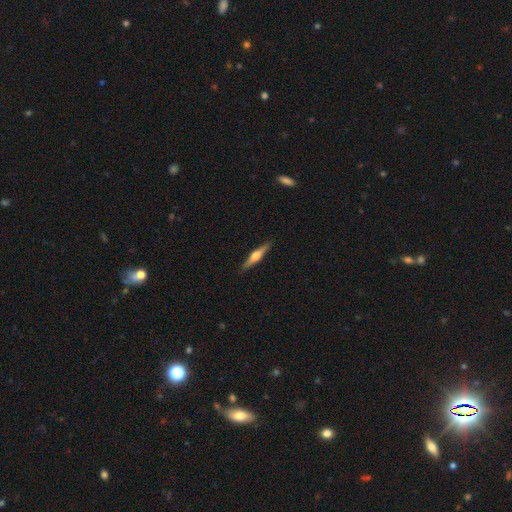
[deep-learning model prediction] This is likely a featured or disk galaxy (66%). It is clearly viewed edge-on (97%). Edge-on bulge: clearly rounded (92%). Merging: clearly none (90%).